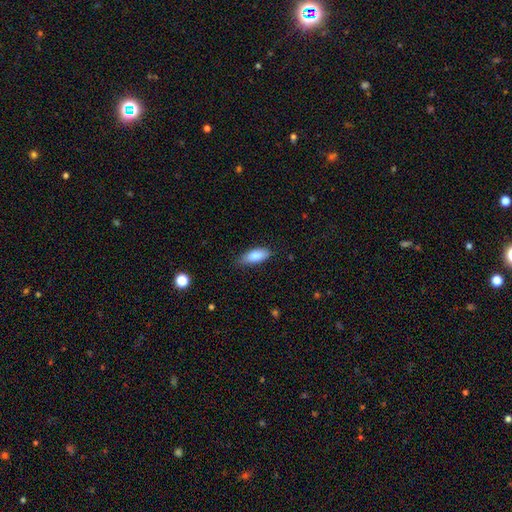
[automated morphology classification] Smooth or featured: smooth — 85% (featured or disk — 9%)
How rounded: in between — 79% (cigar-shaped — 19%)
Merging: none — 77% (minor disturbance — 18%)